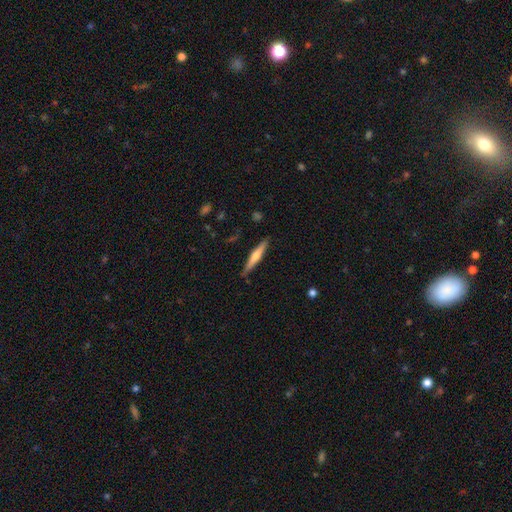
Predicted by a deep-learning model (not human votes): Q: Smooth or featured?
A: featured or disk (53%); runner-up: smooth (41%)
Q: Edge-on disk?
A: yes (96%); runner-up: no (4%)
Q: Edge-on bulge?
A: rounded (83%); runner-up: none (11%)
Q: Merging?
A: none (87%); runner-up: minor disturbance (10%)